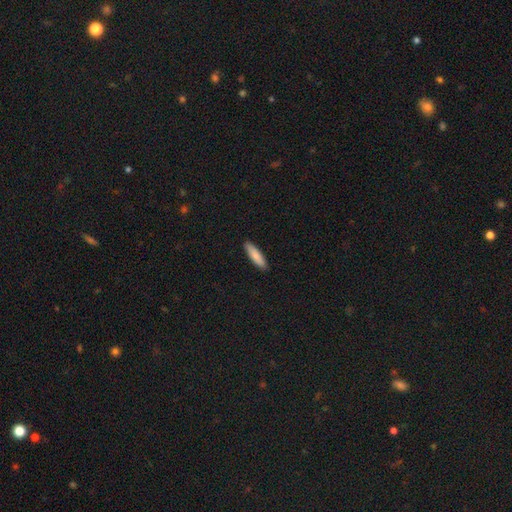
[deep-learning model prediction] Overall: smooth (84%). How rounded: cigar-shaped (70%). Merging: none (91%).